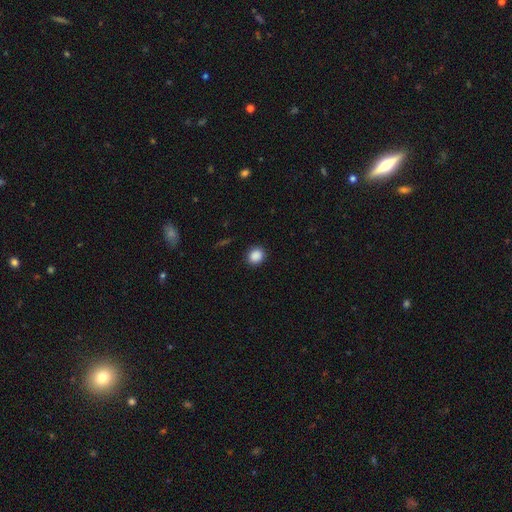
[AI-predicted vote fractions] This is clearly a smooth galaxy (88%). How rounded: likely round (74%). Merging: clearly none (88%).